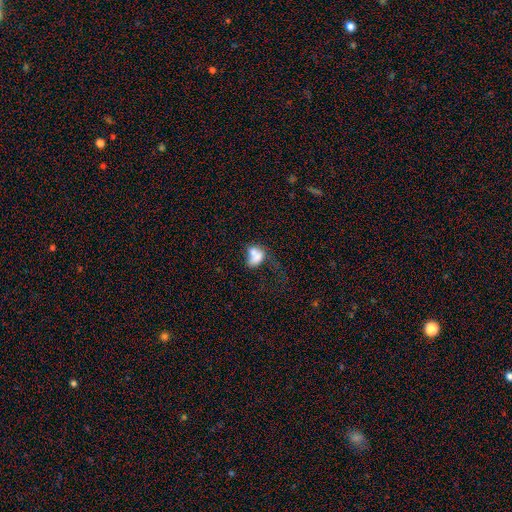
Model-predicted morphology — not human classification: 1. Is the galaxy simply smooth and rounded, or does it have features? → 66% smooth, 23% featured or disk, 11% star or artifact.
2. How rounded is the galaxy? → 74% in between, 24% round, 2% cigar-shaped.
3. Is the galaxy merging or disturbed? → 49% merger, 19% none, 19% major disturbance, 13% minor disturbance.